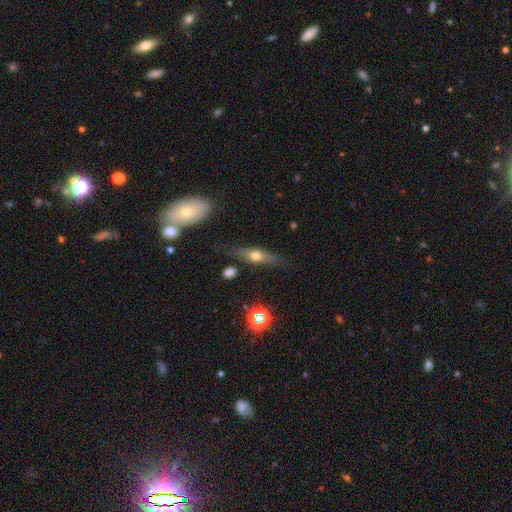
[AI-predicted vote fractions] smooth-or-featured: featured or disk: 49% | smooth: 42% | star or artifact: 9%
  merging: none: 73% | minor disturbance: 18% | major disturbance: 6% | merger: 3%